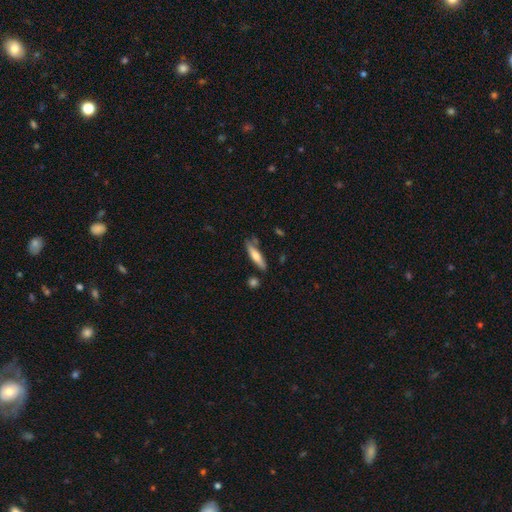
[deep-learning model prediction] Smooth or featured?
  - smooth: 64% *
  - featured or disk: 30%
  - star or artifact: 6%
How rounded?
  - cigar-shaped: 76% *
  - in between: 22%
  - round: 2%
Merging?
  - none: 73% *
  - minor disturbance: 17%
  - merger: 6%
  - major disturbance: 4%